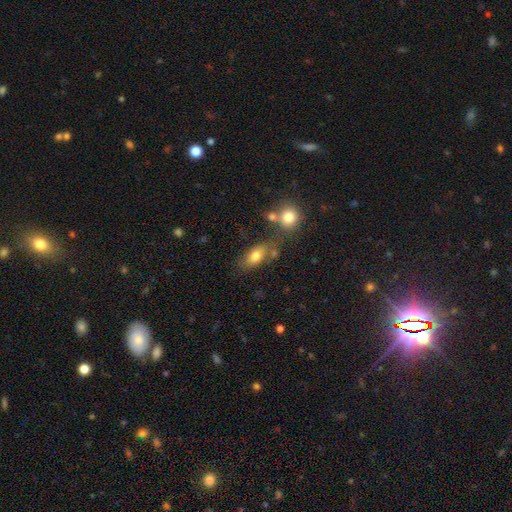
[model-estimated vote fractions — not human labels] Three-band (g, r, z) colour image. It shows a smooth galaxy with no disk features (77%) that is in between round and cigar-shaped (84%). Merging: none (62%).